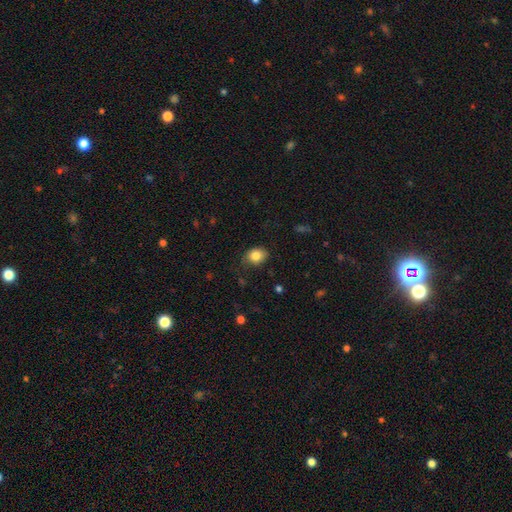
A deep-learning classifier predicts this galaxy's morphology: smooth_or_featured: smooth (p=0.84) [alt: star or artifact p=0.09]
how_rounded: in between (p=0.62) [alt: round p=0.37]
merging: none (p=0.75) [alt: minor disturbance p=0.20]